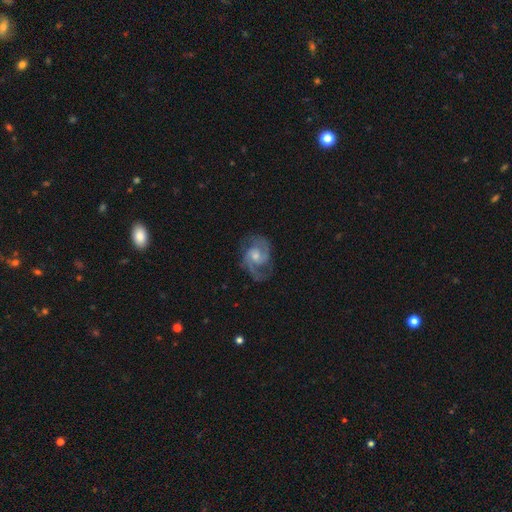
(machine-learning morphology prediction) Smooth or featured: featured or disk — 88% (smooth — 7%)
Edge-on disk: no — 98% (yes — 2%)
Bar: no — 56% (weak — 38%)
Spiral arms: yes — 97% (no — 3%)
Spiral winding: medium — 59% (tight — 24%)
Spiral arm count: 2 — 80% (3 — 9%)
Bulge size: moderate — 48% (small — 43%)
Merging: none — 72% (minor disturbance — 17%)